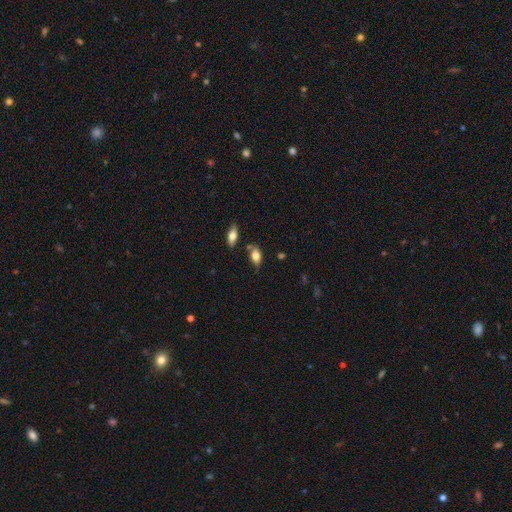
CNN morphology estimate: Smooth or featured?
  - smooth: 76% *
  - featured or disk: 17%
  - star or artifact: 8%
How rounded?
  - in between: 86% *
  - round: 7%
  - cigar-shaped: 7%
Merging?
  - none: 65% *
  - minor disturbance: 19%
  - merger: 12%
  - major disturbance: 4%